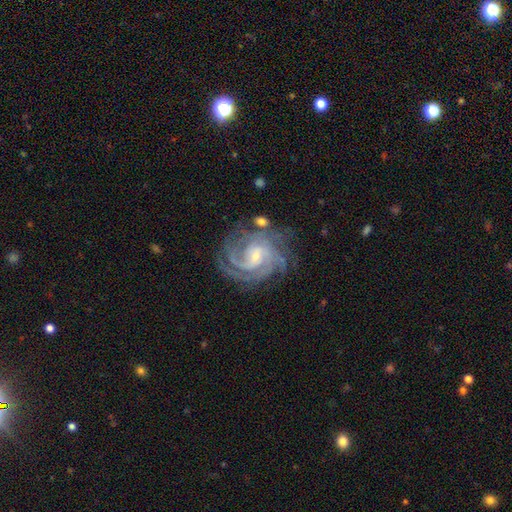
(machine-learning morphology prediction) Smooth or featured: featured or disk — 90% (star or artifact — 6%)
Edge-on disk: no — 98% (yes — 2%)
Bar: no — 49% (weak — 40%)
Spiral arms: yes — 98% (no — 2%)
Spiral winding: tight — 64% (medium — 31%)
Spiral arm count: 4 — 30% (3 — 23%)
Bulge size: small — 73% (moderate — 23%)
Merging: none — 73% (minor disturbance — 16%)